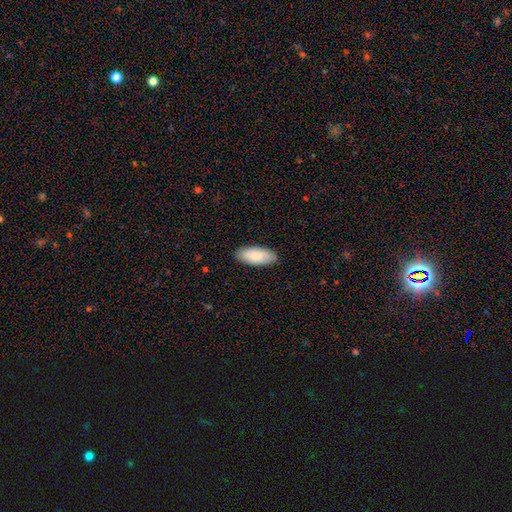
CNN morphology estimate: smooth 87%, featured or disk 7%, star or artifact 5%. Down the decision tree: how rounded — in between (85%); merging — none (88%).